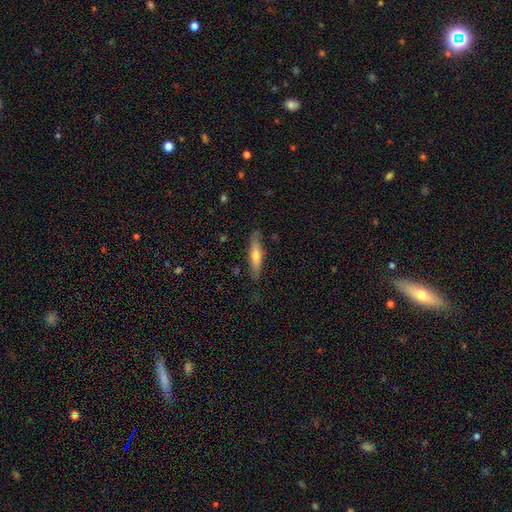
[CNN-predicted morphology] Smooth or featured? smooth (53%)
How rounded? cigar-shaped (81%)
Merging? none (82%)